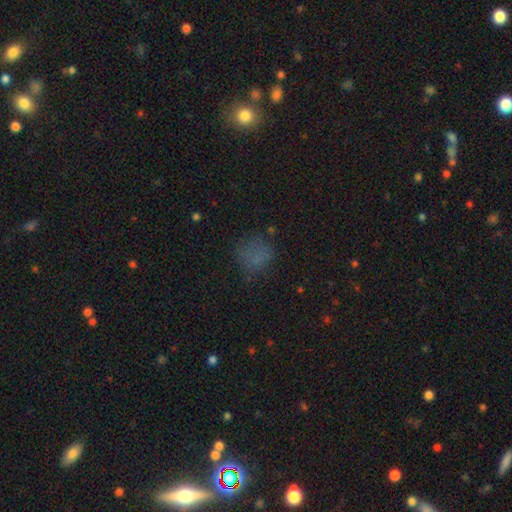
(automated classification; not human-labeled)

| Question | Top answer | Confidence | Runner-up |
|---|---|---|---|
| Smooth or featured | smooth | 64% | star or artifact (23%) |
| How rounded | round | 73% | in between (26%) |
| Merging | none | 61% | minor disturbance (21%) |